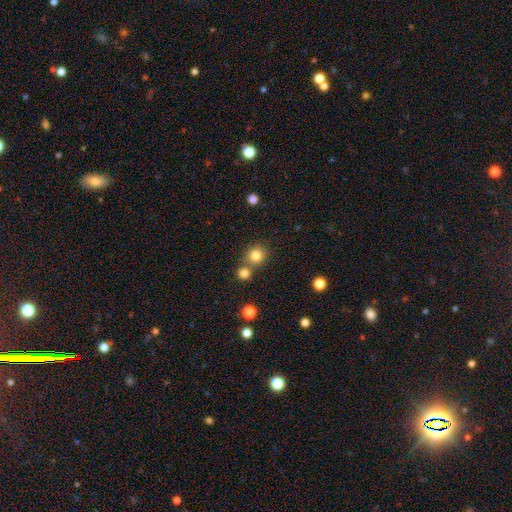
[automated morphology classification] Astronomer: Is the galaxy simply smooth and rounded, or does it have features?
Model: smooth — 81%.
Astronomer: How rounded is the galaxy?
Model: round — 89%.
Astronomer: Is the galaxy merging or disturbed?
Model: none — 67%.